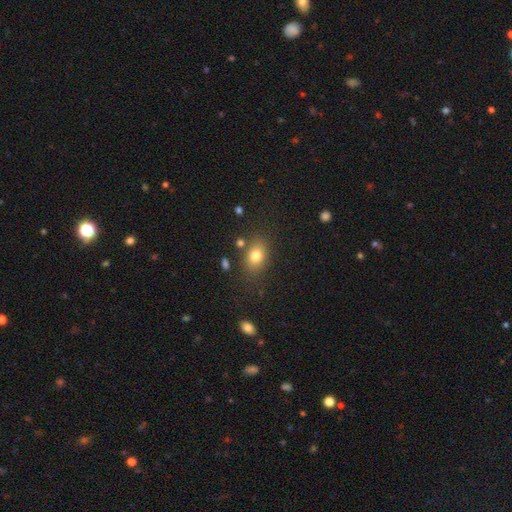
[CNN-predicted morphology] Overall: smooth (78%). How rounded: in between (76%). Merging: none (77%).